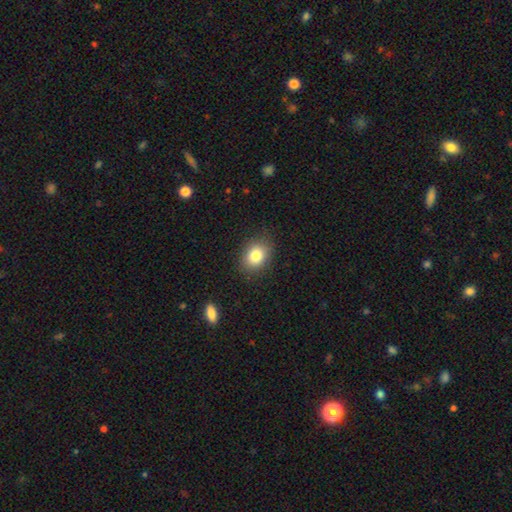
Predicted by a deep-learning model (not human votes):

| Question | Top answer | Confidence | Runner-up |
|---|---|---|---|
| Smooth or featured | smooth | 81% | star or artifact (10%) |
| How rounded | in between | 55% | round (44%) |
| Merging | none | 86% | minor disturbance (10%) |